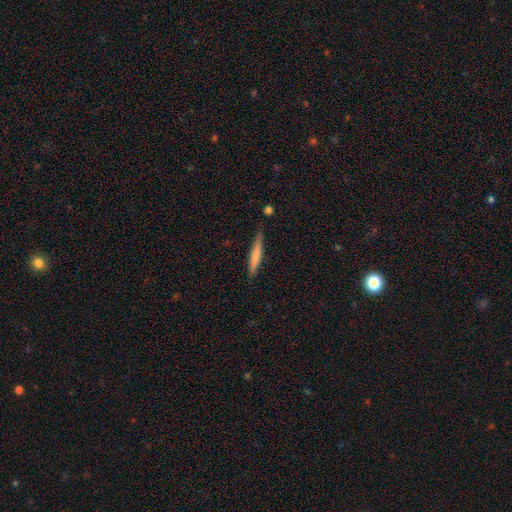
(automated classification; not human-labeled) The model was most divided on "smooth or featured": smooth: 64%, featured or disk: 31%, star or artifact: 6%. More confident: how rounded — cigar-shaped (94%); merging — none (84%).